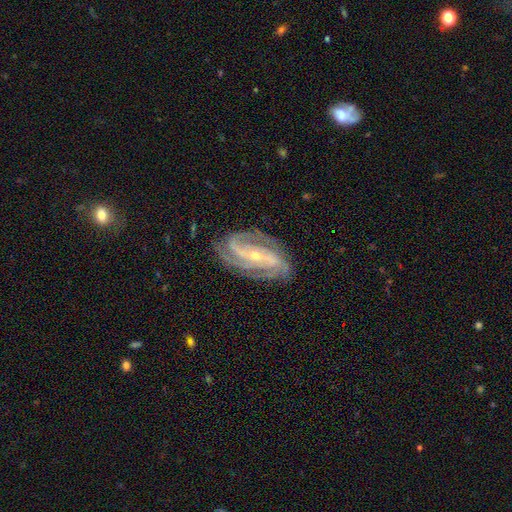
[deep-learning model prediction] Overall: featured or disk (92%). Edge-on disk: no (95%). Bar: strong (49%; weak 28%). Spiral arms: yes (98%). Spiral arm count: 3 (38%; 2 22%). Spiral winding: tight (52%; medium 40%). Bulge size: small (70%). Merging: none (80%).